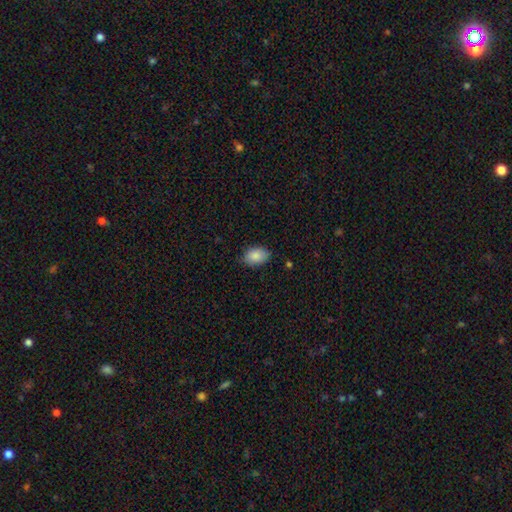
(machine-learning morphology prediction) Q: Smooth or featured?
A: smooth (87%); runner-up: star or artifact (7%)
Q: How rounded?
A: in between (86%); runner-up: round (13%)
Q: Merging?
A: none (81%); runner-up: minor disturbance (15%)